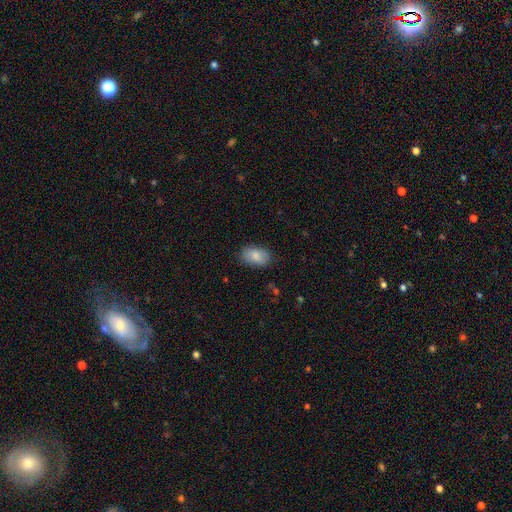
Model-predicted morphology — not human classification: The model was most divided on "merging": none: 81%, minor disturbance: 15%, major disturbance: 3%, merger: 1%. More confident: how rounded — in between (91%); smooth or featured — smooth (84%).